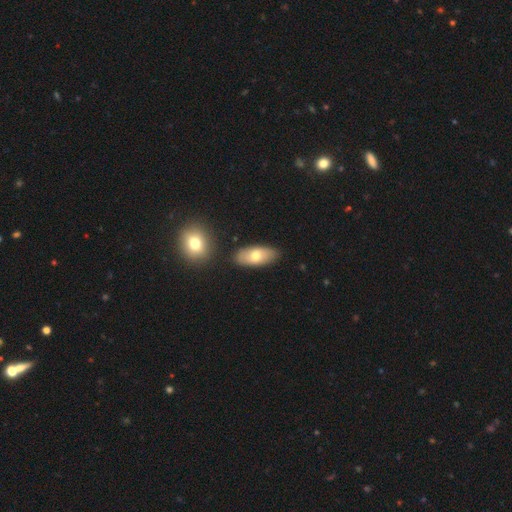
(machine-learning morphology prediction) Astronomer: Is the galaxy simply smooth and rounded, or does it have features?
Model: smooth — 69%.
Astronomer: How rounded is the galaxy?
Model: in between — 89%.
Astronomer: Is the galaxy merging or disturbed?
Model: none — 82%.